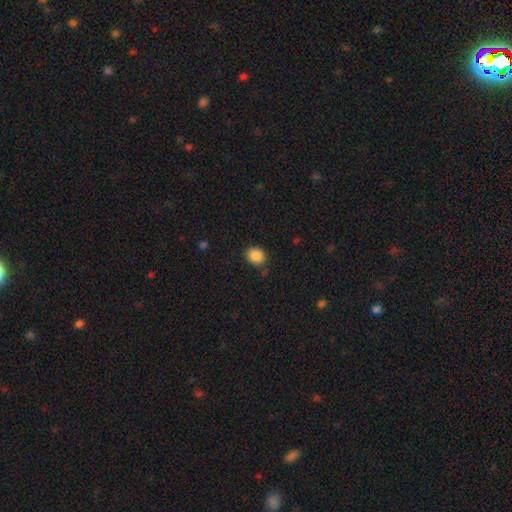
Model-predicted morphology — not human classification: Smooth or featured?
  - smooth: 87% *
  - star or artifact: 9%
  - featured or disk: 4%
How rounded?
  - round: 63% *
  - in between: 36%
  - cigar-shaped: 1%
Merging?
  - none: 81% *
  - minor disturbance: 13%
  - major disturbance: 3%
  - merger: 3%